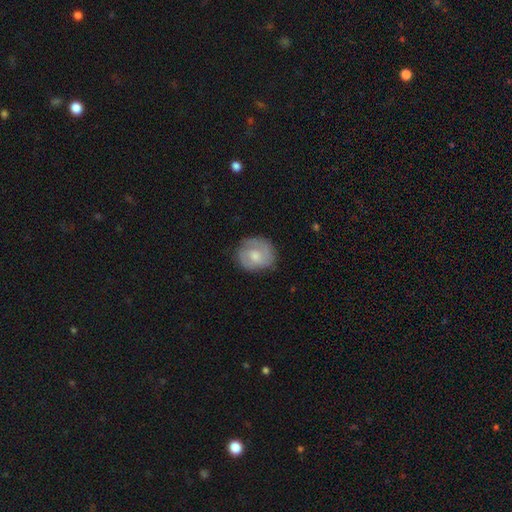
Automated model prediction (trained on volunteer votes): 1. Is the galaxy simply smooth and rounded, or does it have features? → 49% smooth, 45% featured or disk, 6% star or artifact.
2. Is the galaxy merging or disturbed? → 71% none, 20% minor disturbance, 7% major disturbance, 1% merger.